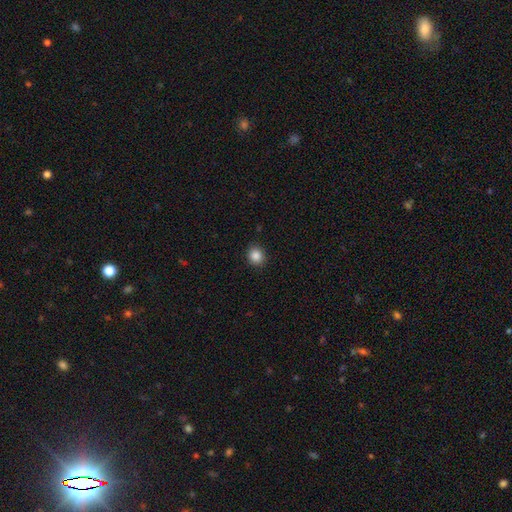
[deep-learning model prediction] Q: Smooth or featured?
A: smooth (86%); runner-up: star or artifact (10%)
Q: How rounded?
A: round (80%); runner-up: in between (19%)
Q: Merging?
A: none (91%); runner-up: minor disturbance (6%)